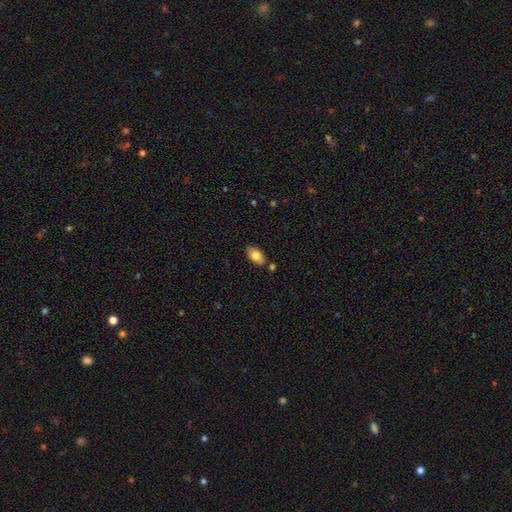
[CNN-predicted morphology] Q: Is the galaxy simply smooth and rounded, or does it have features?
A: smooth — 76%.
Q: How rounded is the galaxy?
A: in between — 92%.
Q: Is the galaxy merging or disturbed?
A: none — 81%.